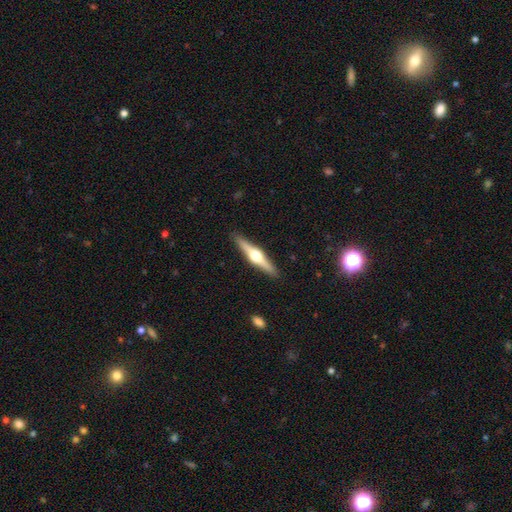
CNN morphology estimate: smooth_or_featured: featured or disk (p=0.74) [alt: smooth p=0.21]
disk_edge_on: yes (p=0.98) [alt: no p=0.02]
edge_on_bulge: rounded (p=0.95) [alt: boxy p=0.03]
merging: none (p=0.91) [alt: minor disturbance p=0.06]